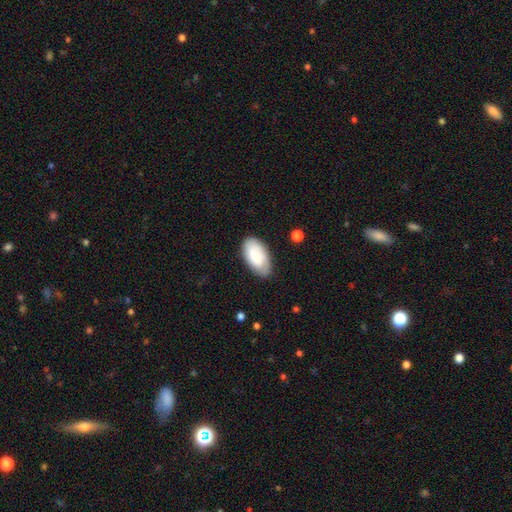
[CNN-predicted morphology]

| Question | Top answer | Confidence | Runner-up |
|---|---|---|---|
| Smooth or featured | smooth | 73% | featured or disk (21%) |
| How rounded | in between | 95% | round (3%) |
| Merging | none | 79% | minor disturbance (16%) |